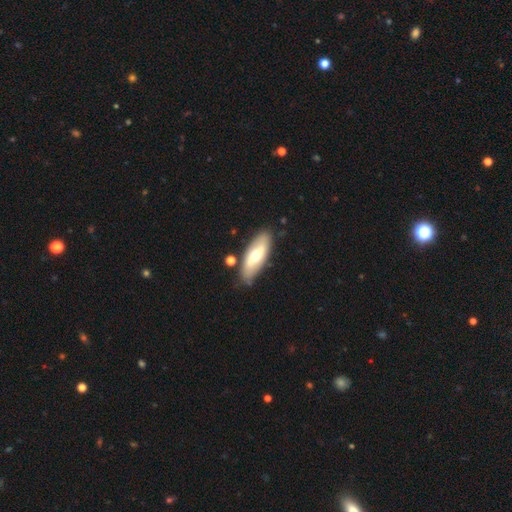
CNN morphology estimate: Smooth or featured: smooth — 52% (featured or disk — 43%)
How rounded: in between — 74% (cigar-shaped — 23%)
Merging: none — 80% (minor disturbance — 13%)